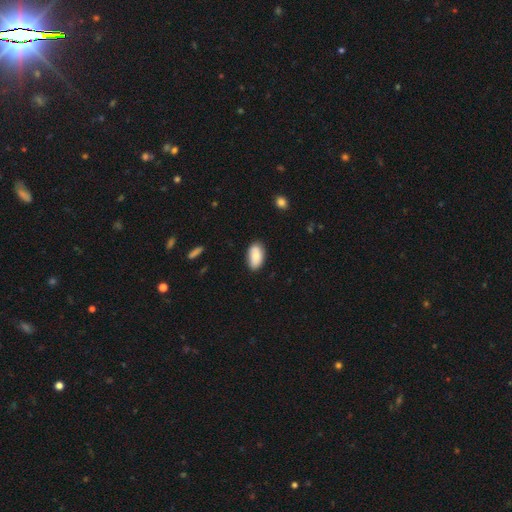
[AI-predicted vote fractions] Morphology: type=smooth (79%); roundness=in between (94%); merging=none (81%).